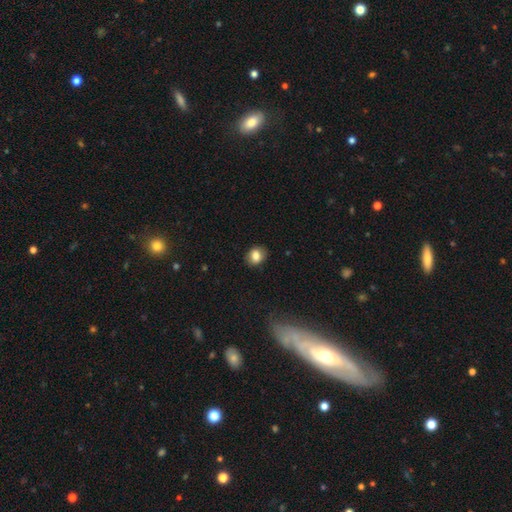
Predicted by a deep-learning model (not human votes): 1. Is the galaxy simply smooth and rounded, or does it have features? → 82% smooth, 9% star or artifact, 9% featured or disk.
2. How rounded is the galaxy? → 57% round, 42% in between, 1% cigar-shaped.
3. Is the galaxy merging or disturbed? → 86% none, 11% minor disturbance, 2% major disturbance, 1% merger.